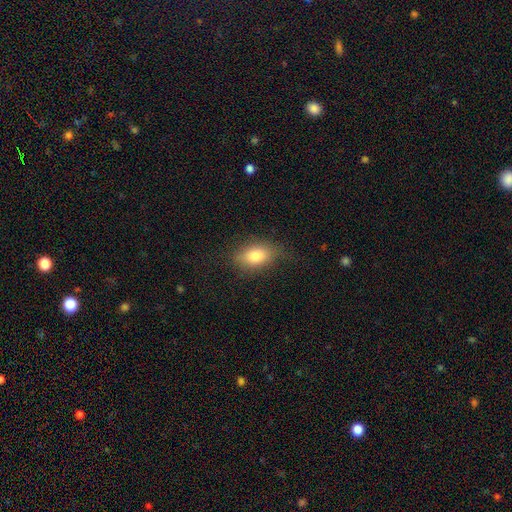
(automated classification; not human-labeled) Smooth or featured: smooth — 79% (featured or disk — 12%)
How rounded: in between — 83% (round — 14%)
Merging: none — 76% (minor disturbance — 18%)